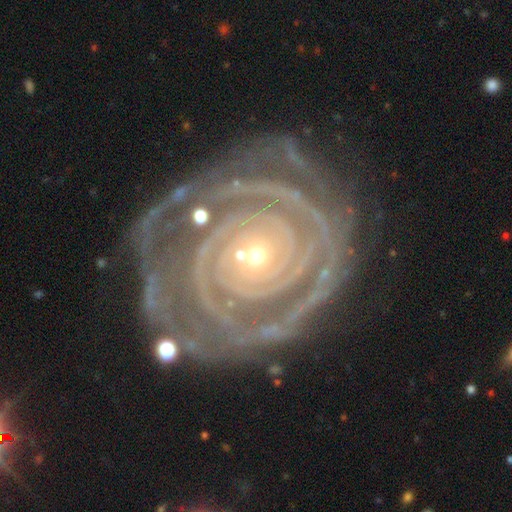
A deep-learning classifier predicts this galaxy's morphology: Smooth or featured? featured or disk (91%)
Edge-on disk? no (97%)
Bar? no (74%)
Spiral arms? yes (97%)
Spiral winding? tight (89%)
Spiral arm count? 2 (30%)
Bulge size? small (78%)
Merging? none (73%)